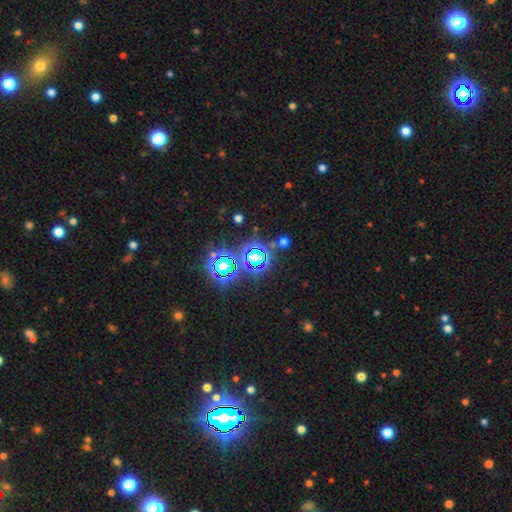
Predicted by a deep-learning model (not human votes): This appears to be a star or artifact, not a galaxy (71%).